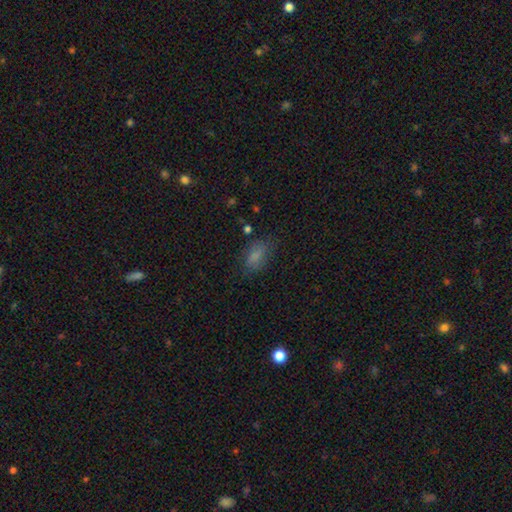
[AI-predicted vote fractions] This is likely a smooth galaxy (77%). How rounded: clearly in between (88%). Merging: likely none (70%).